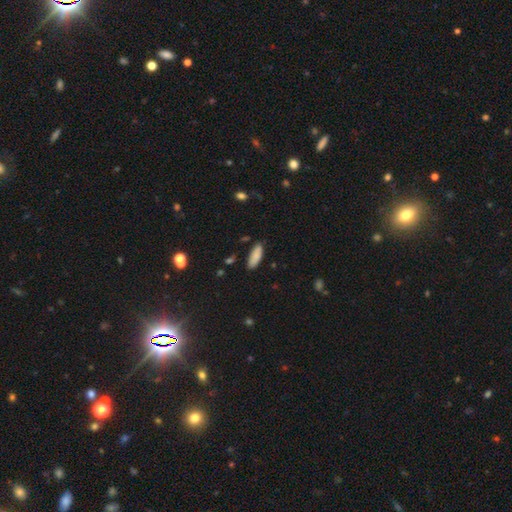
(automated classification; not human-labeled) This appears to be a smooth galaxy with no disk features (87%) that is in between round and cigar-shaped (68%). Merging: none (82%).